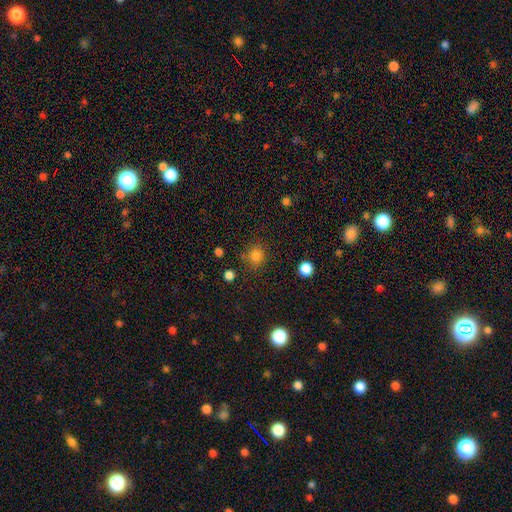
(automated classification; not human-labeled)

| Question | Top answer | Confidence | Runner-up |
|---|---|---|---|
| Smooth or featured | smooth | 81% | star or artifact (14%) |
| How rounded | round | 88% | in between (11%) |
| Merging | none | 81% | minor disturbance (11%) |